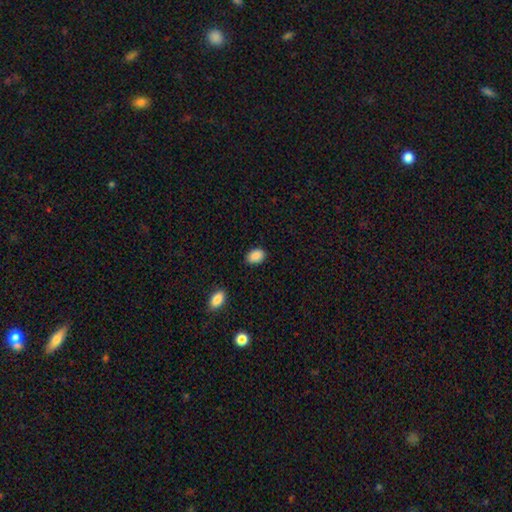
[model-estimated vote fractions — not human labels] This is clearly a smooth galaxy (88%). How rounded: clearly in between (80%). Merging: clearly none (84%).